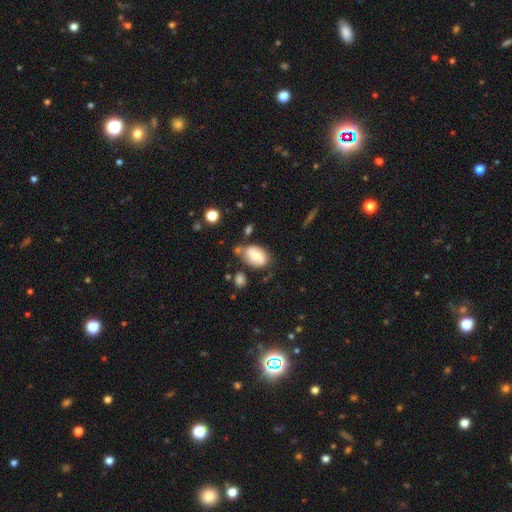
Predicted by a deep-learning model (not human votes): Smooth or featured: smooth — 59% (featured or disk — 32%)
How rounded: in between — 84% (round — 14%)
Merging: none — 55% (minor disturbance — 26%)